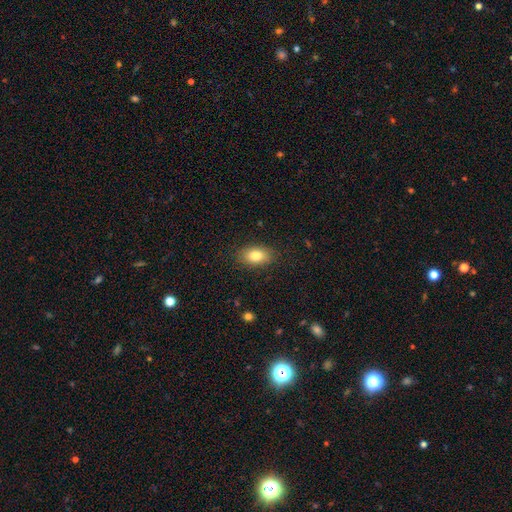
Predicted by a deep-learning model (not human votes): This appears to be a smooth galaxy with no disk features (83%) that is in between round and cigar-shaped (88%). Merging: none (86%).